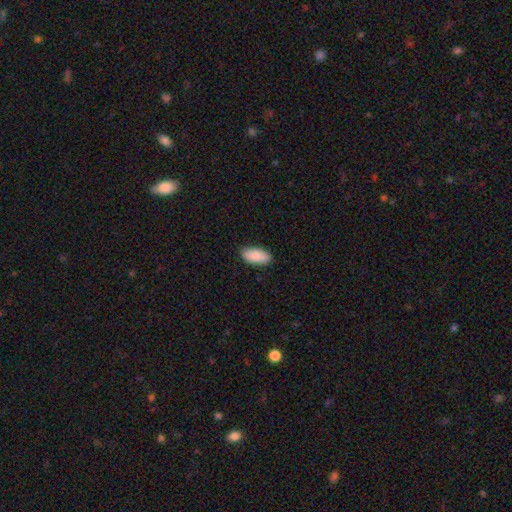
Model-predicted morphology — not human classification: This appears to be a smooth galaxy with no disk features (87%) that is in between round and cigar-shaped (93%). Merging: none (84%).